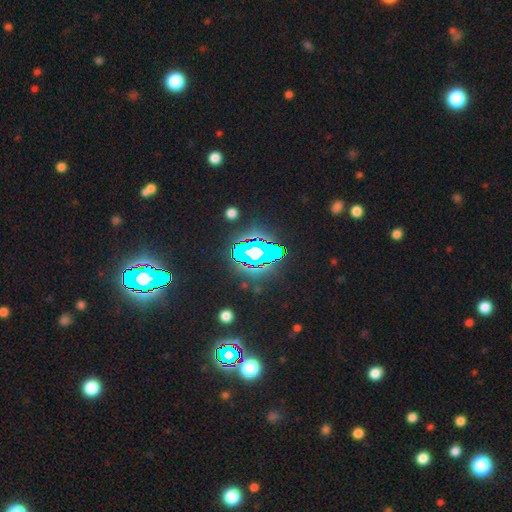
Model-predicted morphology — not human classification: This appears to be a star or artifact, not a galaxy (71%).